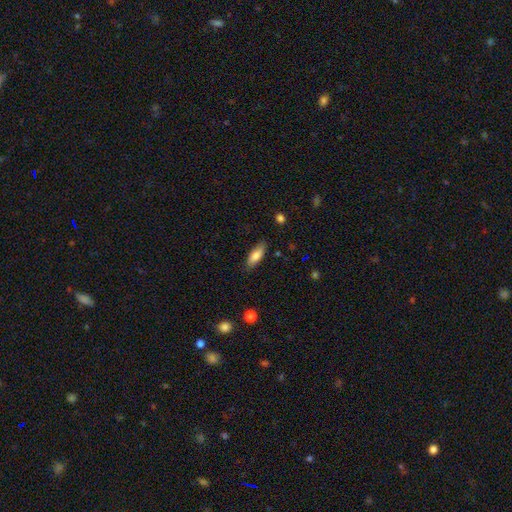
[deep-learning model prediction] Overall: smooth (80%). How rounded: in between (66%; cigar-shaped 32%). Merging: none (83%).